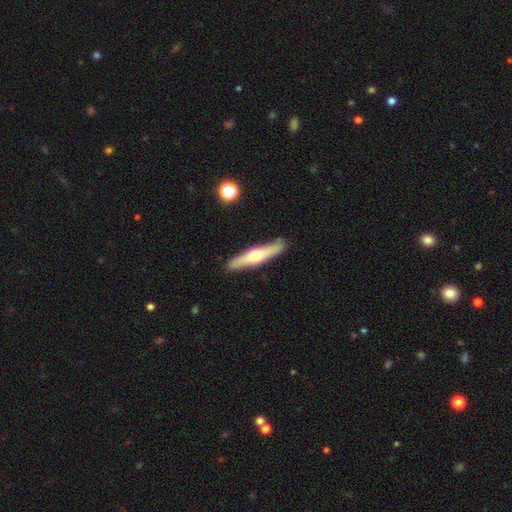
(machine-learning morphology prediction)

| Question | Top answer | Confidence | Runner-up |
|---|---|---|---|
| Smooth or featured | featured or disk | 55% | smooth (39%) |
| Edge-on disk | yes | 92% | no (8%) |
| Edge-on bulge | rounded | 93% | none (4%) |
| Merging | none | 88% | minor disturbance (8%) |